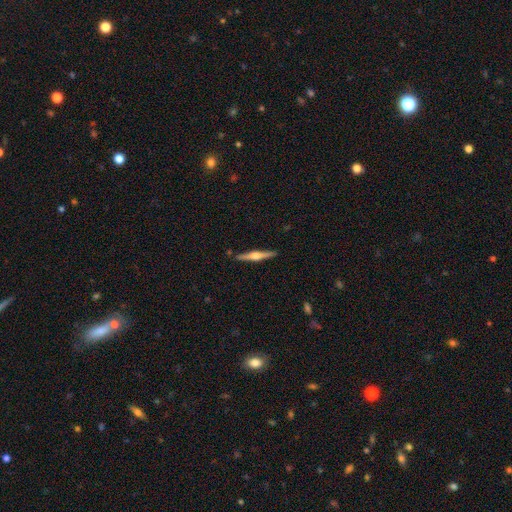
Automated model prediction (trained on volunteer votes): Smooth or featured: featured or disk — 74% (smooth — 21%)
Edge-on disk: yes — 98% (no — 2%)
Edge-on bulge: rounded — 89% (boxy — 7%)
Merging: none — 90% (minor disturbance — 7%)